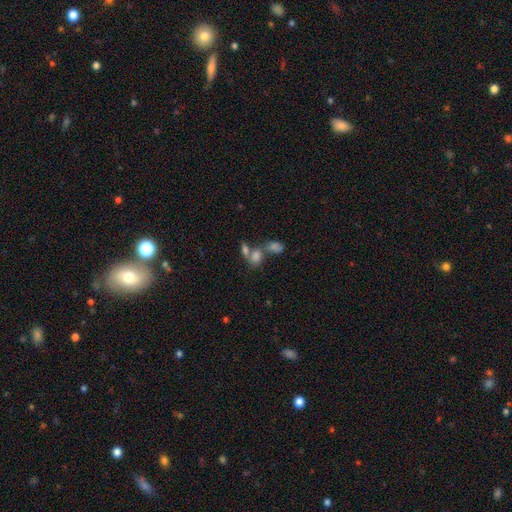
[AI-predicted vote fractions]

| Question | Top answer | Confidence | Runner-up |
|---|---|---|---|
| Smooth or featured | smooth | 72% | featured or disk (14%) |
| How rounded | in between | 78% | round (18%) |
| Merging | merger | 56% | none (28%) |